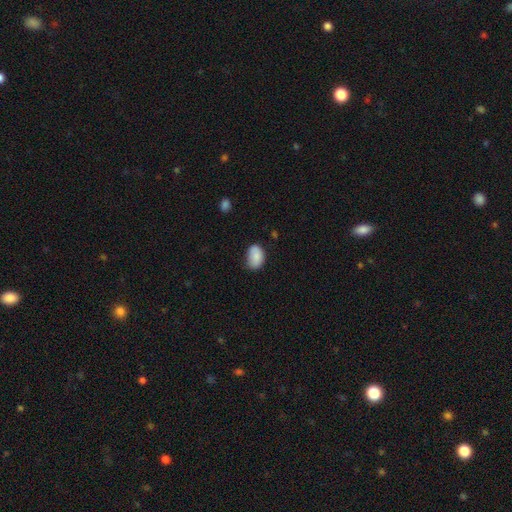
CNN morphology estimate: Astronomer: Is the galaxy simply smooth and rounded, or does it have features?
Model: smooth — 85%.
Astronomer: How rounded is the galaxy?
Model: in between — 86%.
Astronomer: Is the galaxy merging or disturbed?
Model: none — 65%.